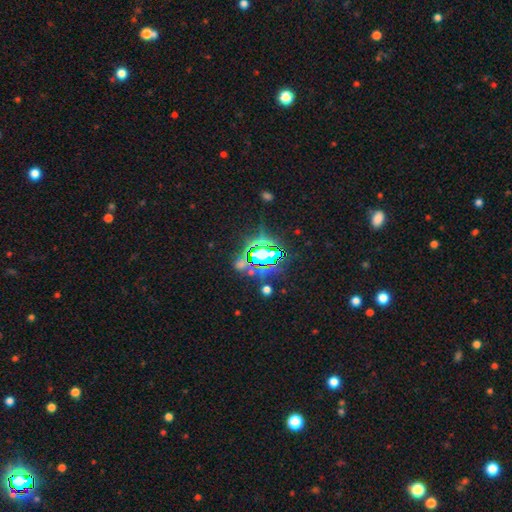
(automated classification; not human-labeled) star or artifact 83%, smooth 11%, featured or disk 7%.